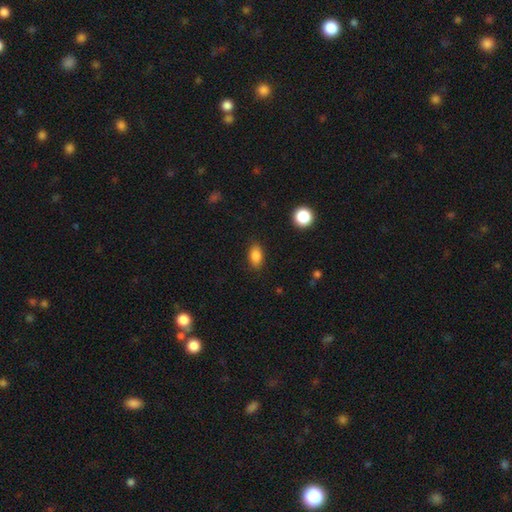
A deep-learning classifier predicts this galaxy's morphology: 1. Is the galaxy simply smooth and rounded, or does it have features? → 85% smooth, 9% star or artifact, 5% featured or disk.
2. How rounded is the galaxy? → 87% in between, 9% round, 4% cigar-shaped.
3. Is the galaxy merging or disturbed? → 85% none, 11% minor disturbance, 3% major disturbance, 1% merger.